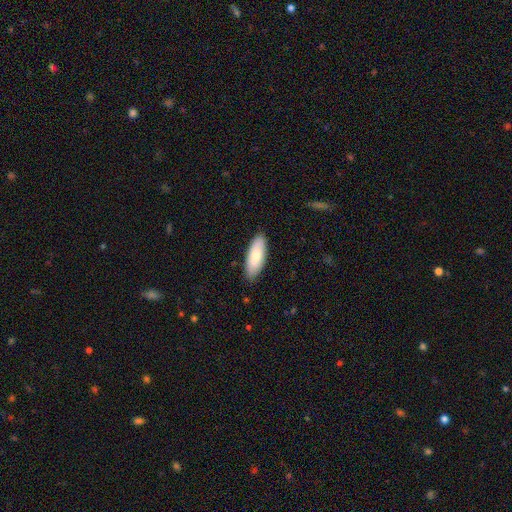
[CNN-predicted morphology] A smooth galaxy with no disk features (80%) that is in between round and cigar-shaped (75%).

Vote fractions:
- Smooth or featured? smooth: 80% / featured or disk: 14% / star or artifact: 5%
- How rounded? in between: 75% / cigar-shaped: 24% / round: 2%
- Merging? none: 86% / minor disturbance: 12% / major disturbance: 2% / merger: 1%